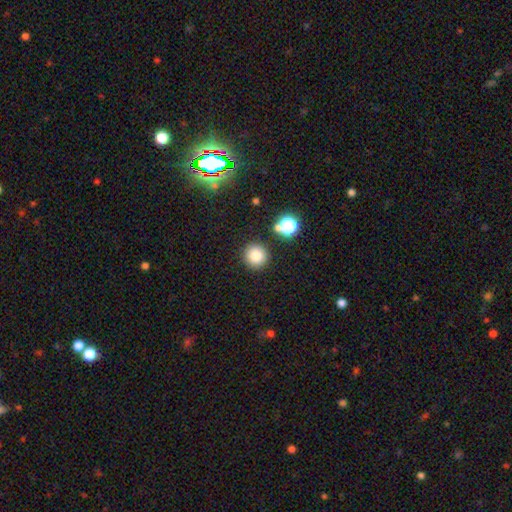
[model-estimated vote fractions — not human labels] Q: Smooth or featured?
A: smooth (80%); runner-up: star or artifact (14%)
Q: How rounded?
A: round (95%); runner-up: in between (4%)
Q: Merging?
A: none (88%); runner-up: minor disturbance (6%)